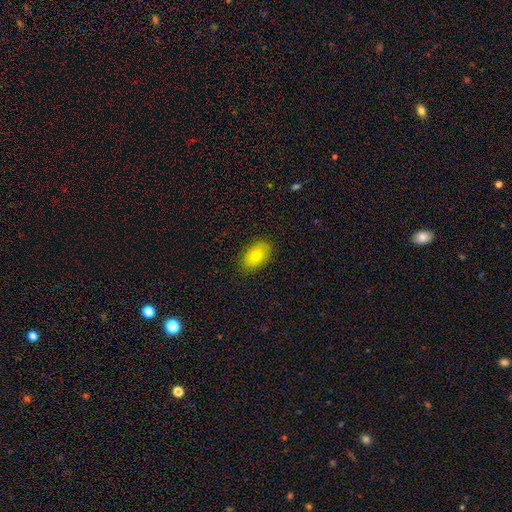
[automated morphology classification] smooth_or_featured: smooth (p=0.75) [alt: featured or disk p=0.16]
how_rounded: in between (p=0.88) [alt: round p=0.11]
merging: none (p=0.87) [alt: minor disturbance p=0.10]